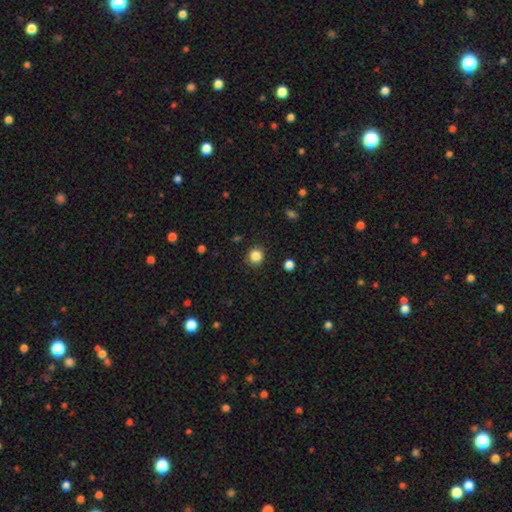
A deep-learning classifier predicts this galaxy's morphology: Smooth or featured?
  - smooth: 85% *
  - star or artifact: 11%
  - featured or disk: 4%
How rounded?
  - round: 89% *
  - in between: 10%
  - cigar-shaped: 1%
Merging?
  - none: 89% *
  - minor disturbance: 7%
  - major disturbance: 2%
  - merger: 1%